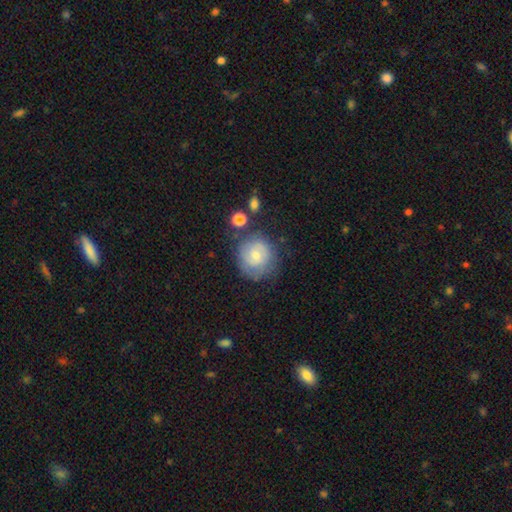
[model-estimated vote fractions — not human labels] smooth-or-featured: smooth: 49% | featured or disk: 42% | star or artifact: 9%
  merging: none: 69% | minor disturbance: 19% | major disturbance: 7% | merger: 5%